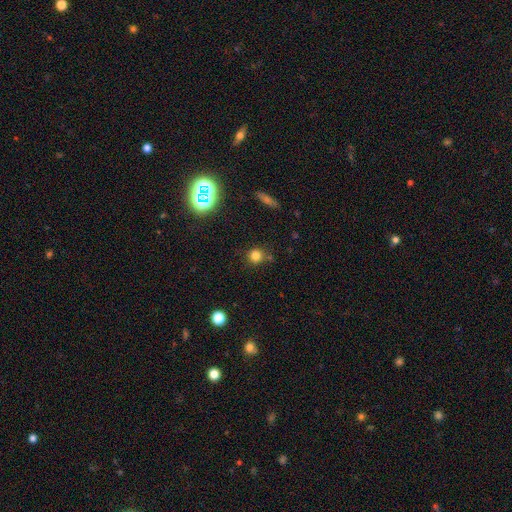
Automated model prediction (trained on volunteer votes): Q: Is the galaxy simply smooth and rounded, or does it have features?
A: smooth — 77%.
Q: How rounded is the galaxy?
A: round — 90%.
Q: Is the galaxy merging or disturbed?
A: none — 77%.